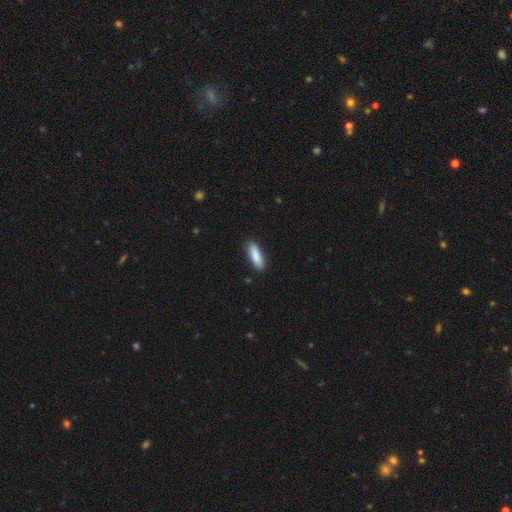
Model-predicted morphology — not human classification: This appears to be a smooth galaxy with no disk features (88%) that is cigar-shaped (50%). Merging: none (87%).